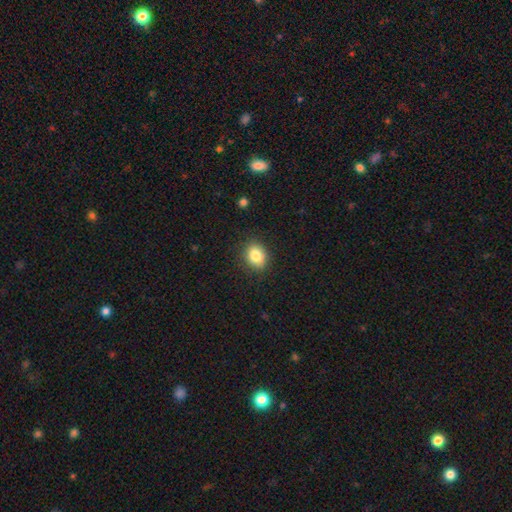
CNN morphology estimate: smooth-or-featured: smooth: 83% | star or artifact: 10% | featured or disk: 7%
  how-rounded: in between: 51% | round: 48% | cigar-shaped: 1%
  merging: none: 86% | minor disturbance: 10% | major disturbance: 3% | merger: 1%